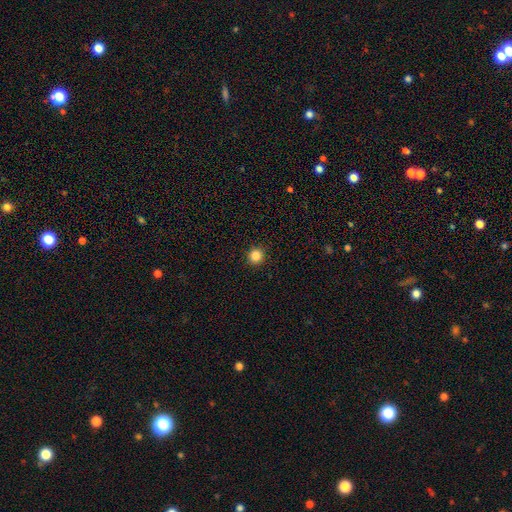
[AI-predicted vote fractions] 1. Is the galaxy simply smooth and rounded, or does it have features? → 84% smooth, 12% star or artifact, 4% featured or disk.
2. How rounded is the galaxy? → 94% round, 5% in between, 1% cigar-shaped.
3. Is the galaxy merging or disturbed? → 93% none, 5% minor disturbance, 2% major disturbance, 1% merger.